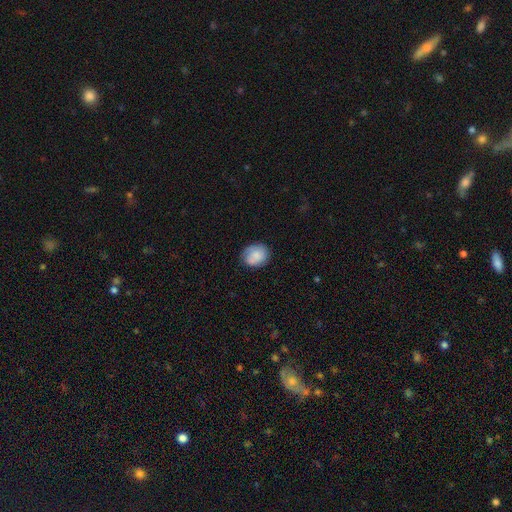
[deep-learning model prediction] smooth 79%, featured or disk 14%, star or artifact 7%. Down the decision tree: how rounded — round (59%); merging — none (75%).